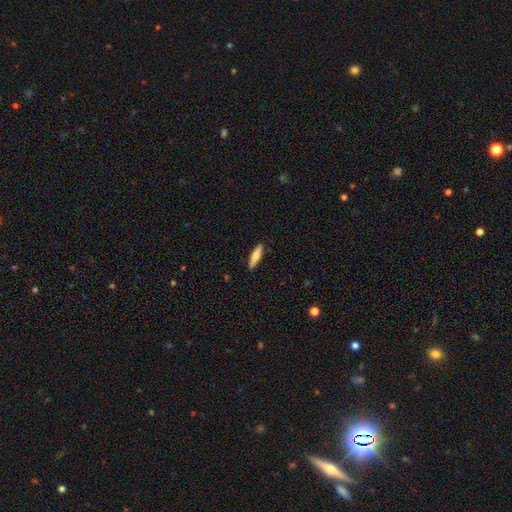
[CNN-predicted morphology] type=smooth (55%); roundness=cigar-shaped (82%); merging=none (90%).